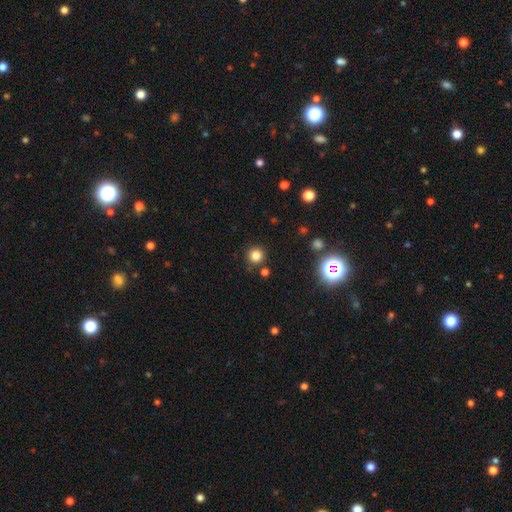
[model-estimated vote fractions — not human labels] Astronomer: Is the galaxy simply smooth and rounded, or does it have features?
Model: smooth — 81%.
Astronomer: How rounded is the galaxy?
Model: round — 95%.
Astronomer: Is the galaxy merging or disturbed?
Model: none — 86%.